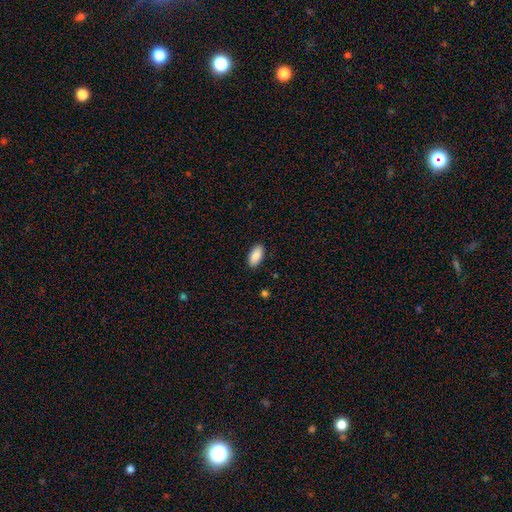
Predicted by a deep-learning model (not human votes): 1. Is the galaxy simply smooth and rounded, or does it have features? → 90% smooth, 6% star or artifact, 4% featured or disk.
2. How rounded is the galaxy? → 93% in between, 5% cigar-shaped, 2% round.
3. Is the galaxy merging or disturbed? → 89% none, 8% minor disturbance, 2% major disturbance, 1% merger.